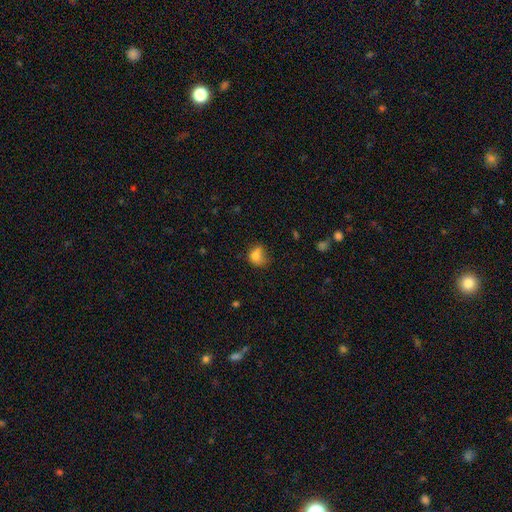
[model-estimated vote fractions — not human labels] The model was most divided on "merging": none: 39%, minor disturbance: 29%, merger: 17%, major disturbance: 15%. More confident: smooth or featured — smooth (76%); how rounded — round (65%).